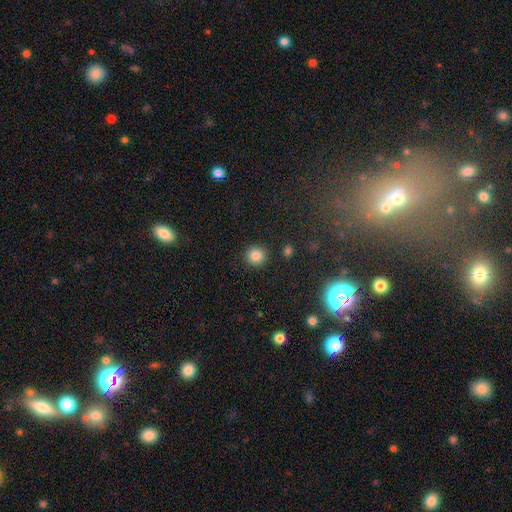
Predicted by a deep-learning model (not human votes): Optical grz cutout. It shows a smooth galaxy with no disk features (84%) that is round (94%). Merging: none (91%).